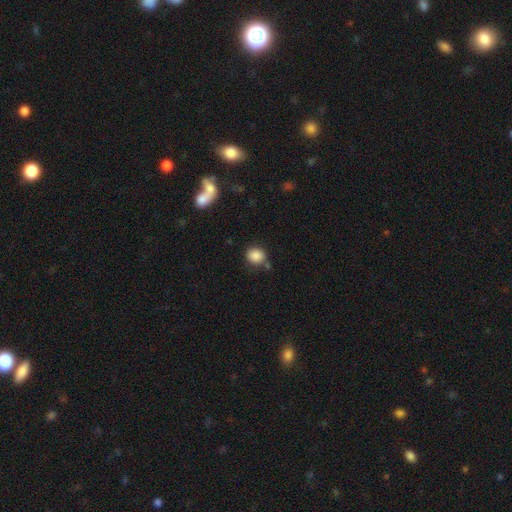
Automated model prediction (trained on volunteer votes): This appears to be a smooth galaxy with no disk features (86%) that is round (77%). Merging: none (73%).